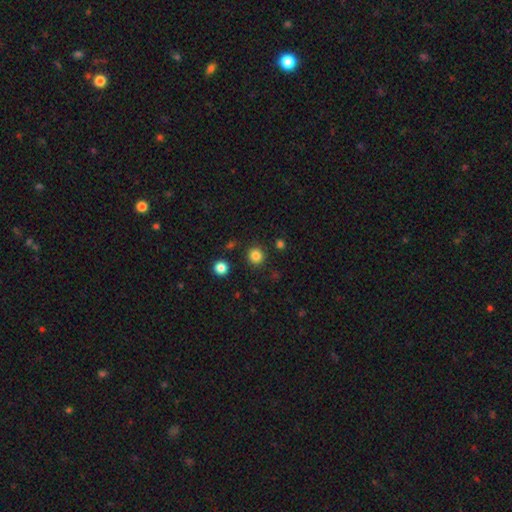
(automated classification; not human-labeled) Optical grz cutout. It shows a smooth galaxy with no disk features (84%) that is round (93%). Merging: none (89%).